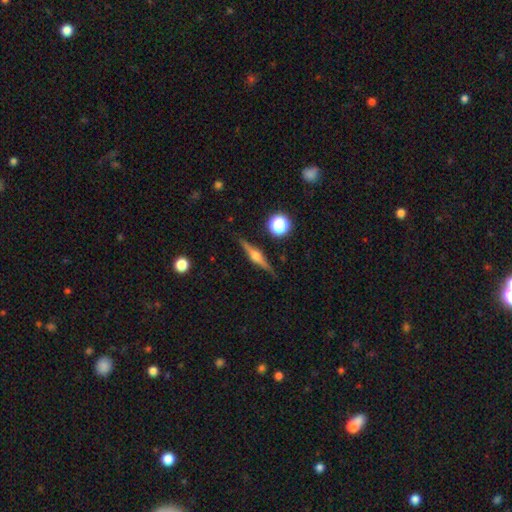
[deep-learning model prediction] A featured or disk galaxy (78%) viewed edge-on (98%) with a rounded central bulge (91%). Merging: none (89%).